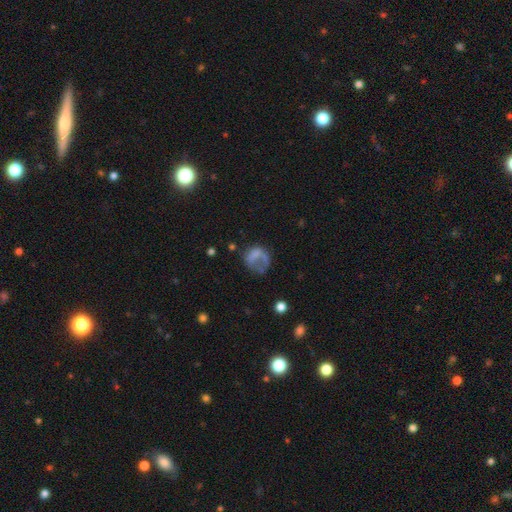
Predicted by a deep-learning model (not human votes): Morphology: type=smooth (53%); roundness=round (60%); merging=major disturbance (44%).